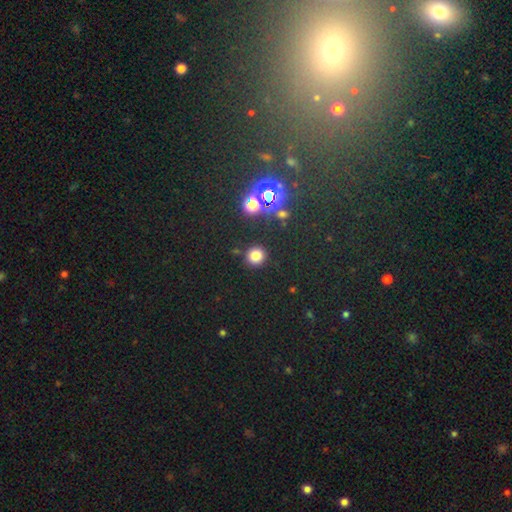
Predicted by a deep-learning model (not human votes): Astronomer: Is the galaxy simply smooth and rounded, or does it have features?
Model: smooth — 76%.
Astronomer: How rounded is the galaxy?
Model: round — 92%.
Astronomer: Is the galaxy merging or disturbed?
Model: none — 87%.